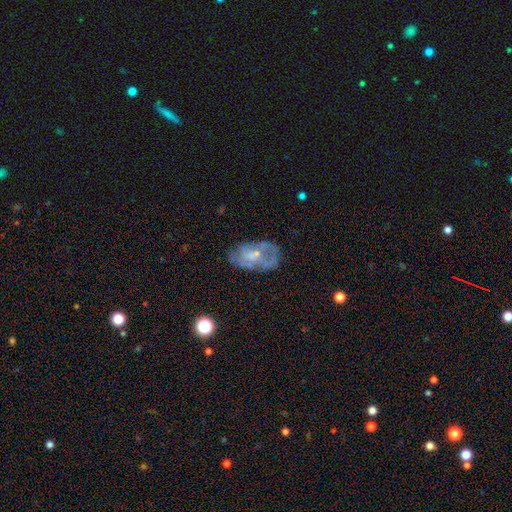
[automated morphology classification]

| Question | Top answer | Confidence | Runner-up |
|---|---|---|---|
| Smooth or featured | featured or disk | 60% | smooth (29%) |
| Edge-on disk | no | 95% | yes (5%) |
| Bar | no | 73% | weak (23%) |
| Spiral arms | yes | 51% | no (49%) |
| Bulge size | small | 51% | moderate (31%) |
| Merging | none | 60% | minor disturbance (23%) |